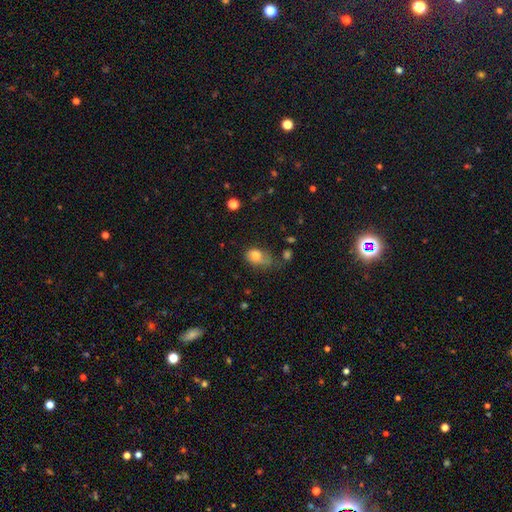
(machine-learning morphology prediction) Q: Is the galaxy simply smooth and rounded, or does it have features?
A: smooth — 75%.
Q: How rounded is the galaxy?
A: in between — 79%.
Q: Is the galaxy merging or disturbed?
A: minor disturbance — 35%.